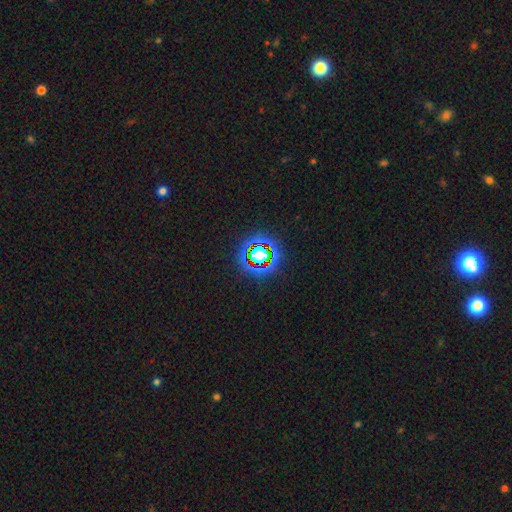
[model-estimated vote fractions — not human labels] Q: Smooth or featured?
A: star or artifact (64%); runner-up: smooth (24%)